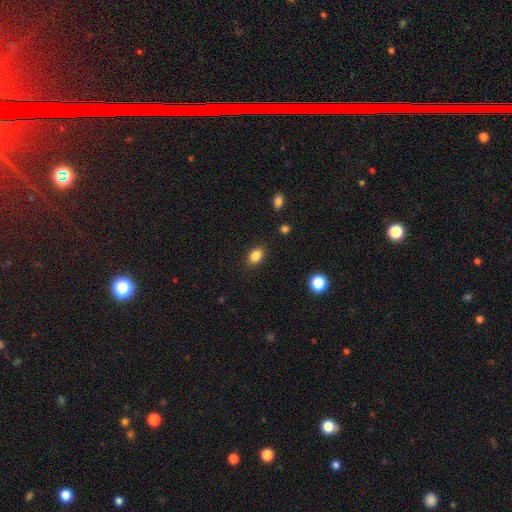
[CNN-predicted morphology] smooth 85%, star or artifact 10%, featured or disk 5%. Down the decision tree: how rounded — in between (74%); merging — none (87%).